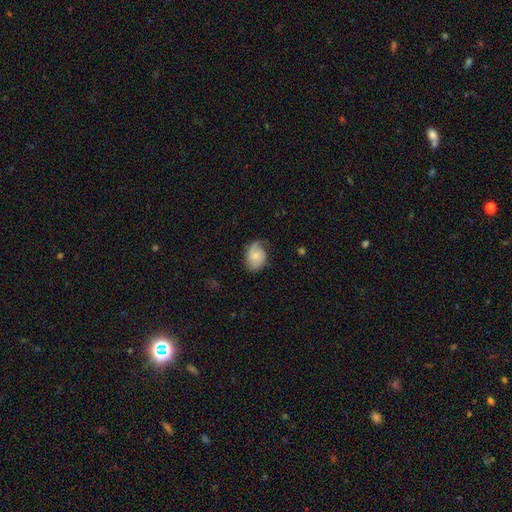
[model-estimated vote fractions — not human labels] Q: Smooth or featured?
A: smooth (47%); runner-up: featured or disk (45%)
Q: Merging?
A: none (56%); runner-up: minor disturbance (29%)